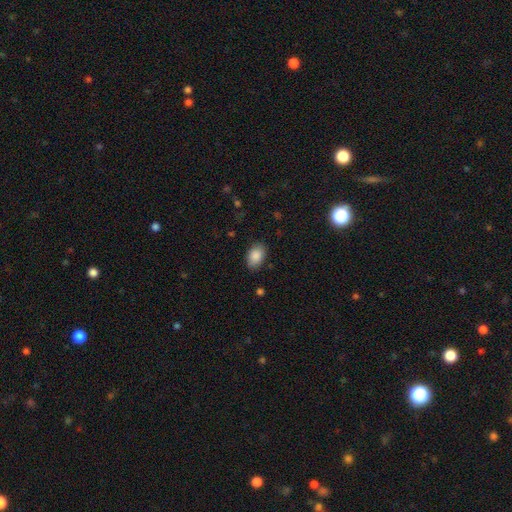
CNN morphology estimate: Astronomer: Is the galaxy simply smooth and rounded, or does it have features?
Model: smooth — 87%.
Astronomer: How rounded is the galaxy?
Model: in between — 88%.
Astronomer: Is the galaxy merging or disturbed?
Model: none — 84%.